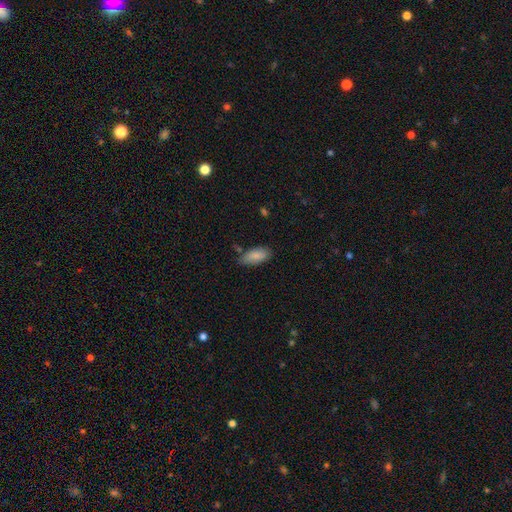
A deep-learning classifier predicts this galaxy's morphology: Smooth or featured? Predicted: smooth (p=0.87). How rounded? Predicted: in between (p=0.90). Merging? Predicted: none (p=0.71).